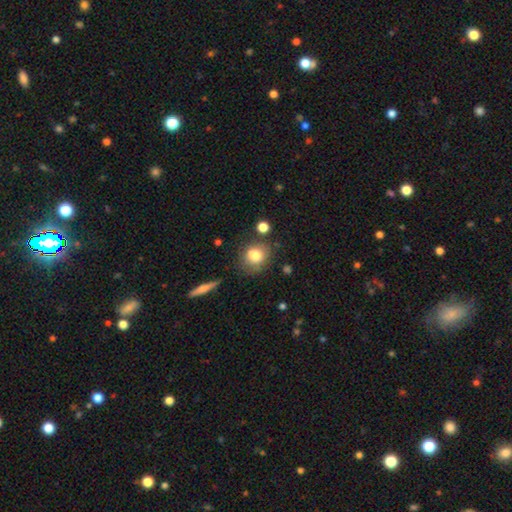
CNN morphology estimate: Smooth or featured? Predicted: smooth (p=0.77). How rounded? Predicted: round (p=0.61). Merging? Predicted: none (p=0.62).